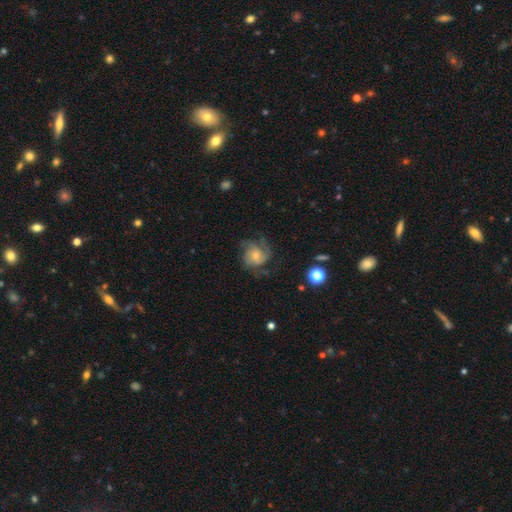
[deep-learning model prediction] A featured or disk galaxy (70%) with no bar (77%), 3 (38%) medium (46%) spiral arms (92%) and a small central bulge (53%). Merging: none (57%).